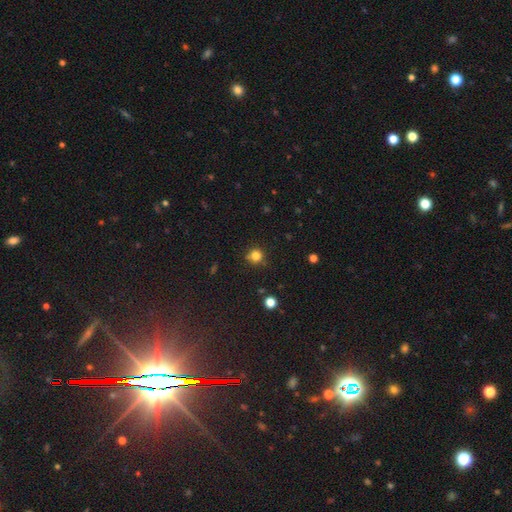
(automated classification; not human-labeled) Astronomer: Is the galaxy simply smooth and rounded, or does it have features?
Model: smooth — 81%.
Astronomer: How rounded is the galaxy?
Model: round — 92%.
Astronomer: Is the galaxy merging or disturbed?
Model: none — 81%.